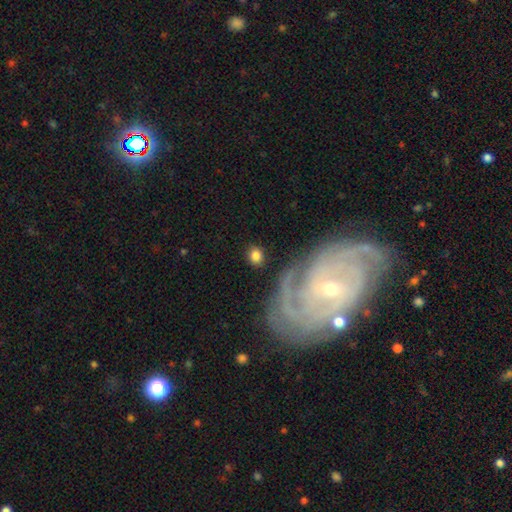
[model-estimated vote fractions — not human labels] Smooth or featured?
  - smooth: 80% *
  - featured or disk: 12%
  - star or artifact: 8%
How rounded?
  - round: 65% *
  - in between: 33%
  - cigar-shaped: 2%
Merging?
  - none: 84% *
  - minor disturbance: 9%
  - major disturbance: 4%
  - merger: 3%